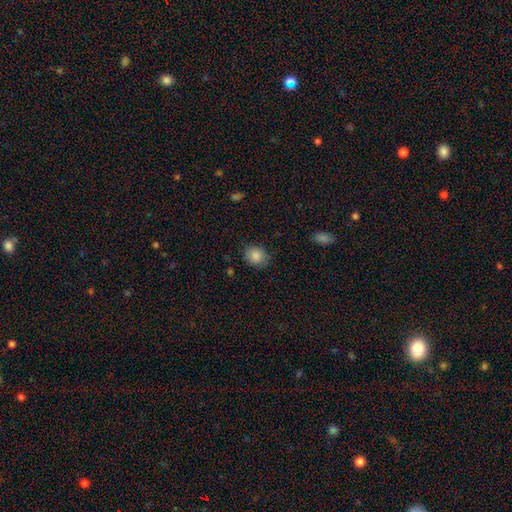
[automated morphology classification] Smooth or featured? smooth (87%)
How rounded? round (74%)
Merging? none (81%)